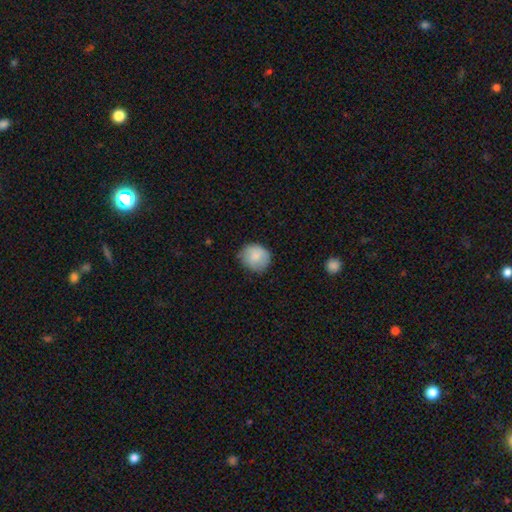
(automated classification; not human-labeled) This appears to be a smooth galaxy with no disk features (83%) that is round (84%). Merging: none (76%).